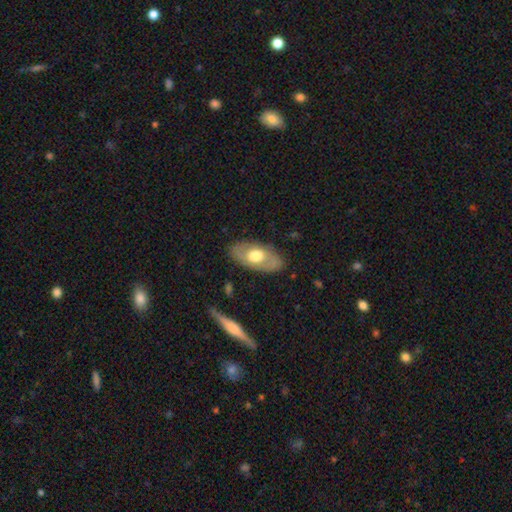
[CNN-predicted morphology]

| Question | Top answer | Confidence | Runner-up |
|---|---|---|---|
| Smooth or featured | smooth | 55% | featured or disk (40%) |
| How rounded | in between | 91% | round (5%) |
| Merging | none | 80% | minor disturbance (15%) |